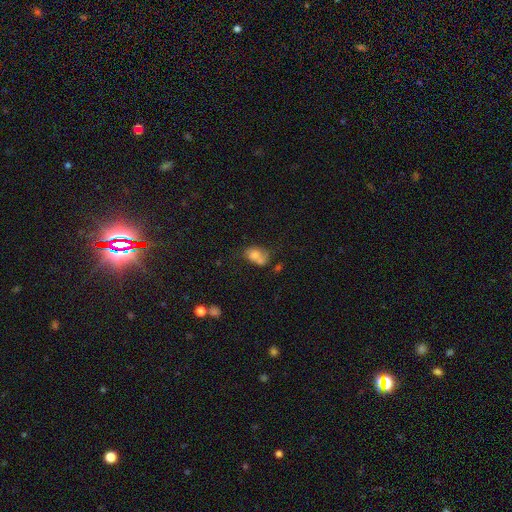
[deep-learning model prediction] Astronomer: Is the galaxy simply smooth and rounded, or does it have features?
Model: smooth — 66%.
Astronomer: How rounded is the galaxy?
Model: in between — 67%.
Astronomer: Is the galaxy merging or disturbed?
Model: merger — 40% (runner-up: none, 29%).